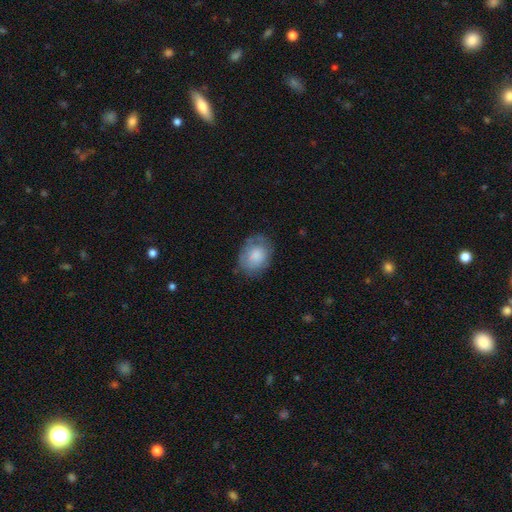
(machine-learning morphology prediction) This is likely a smooth galaxy (72%). How rounded: likely in between (61%). Merging: likely none (65%).